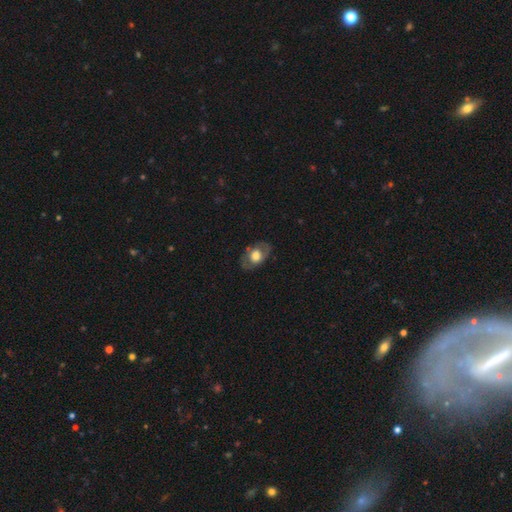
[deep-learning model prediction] Overall: smooth (49%; featured or disk 45%). Merging: none (75%).